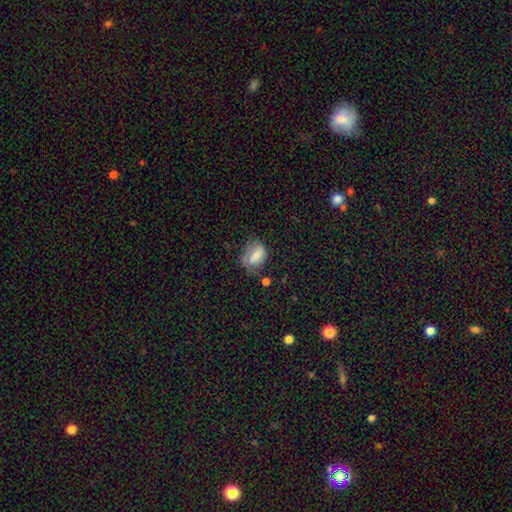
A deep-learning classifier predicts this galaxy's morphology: A smooth galaxy with no disk features (71%) that is in between round and cigar-shaped (75%). Merging: none (44%).